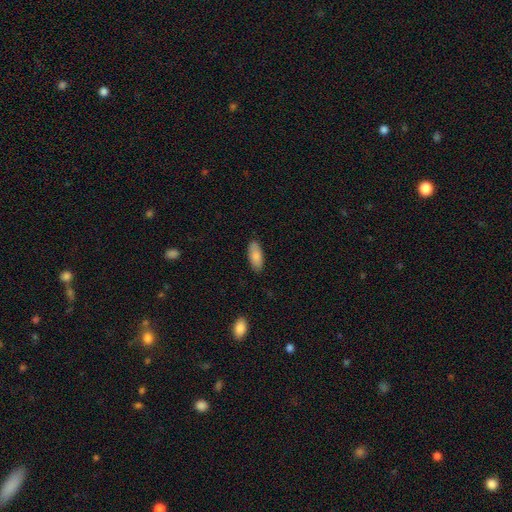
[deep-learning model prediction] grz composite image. It shows a smooth galaxy with no disk features (85%) that is in between round and cigar-shaped (81%). Merging: none (86%).